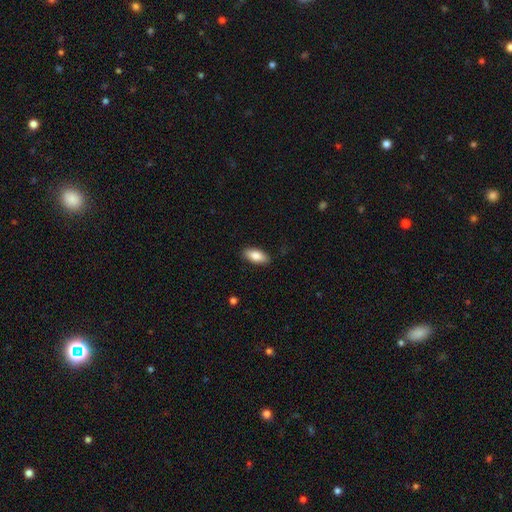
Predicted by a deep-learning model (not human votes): smooth 85%, featured or disk 9%, star or artifact 6%. Down the decision tree: how rounded — in between (87%); merging — none (87%).